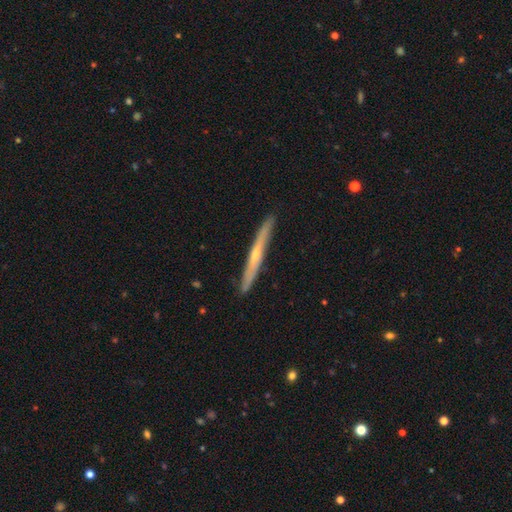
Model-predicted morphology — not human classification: Smooth or featured? featured or disk (63%)
Edge-on disk? yes (96%)
Edge-on bulge? rounded (56%)
Merging? none (90%)